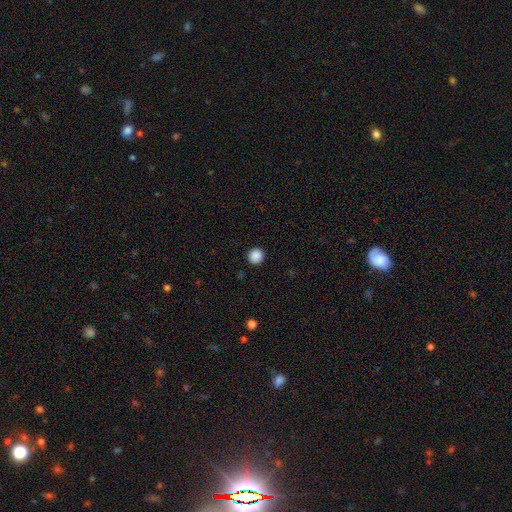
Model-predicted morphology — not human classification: smooth-or-featured: smooth: 88% | star or artifact: 10% | featured or disk: 2%
  how-rounded: round: 94% | in between: 5% | cigar-shaped: 1%
  merging: none: 93% | minor disturbance: 4% | major disturbance: 2% | merger: 1%